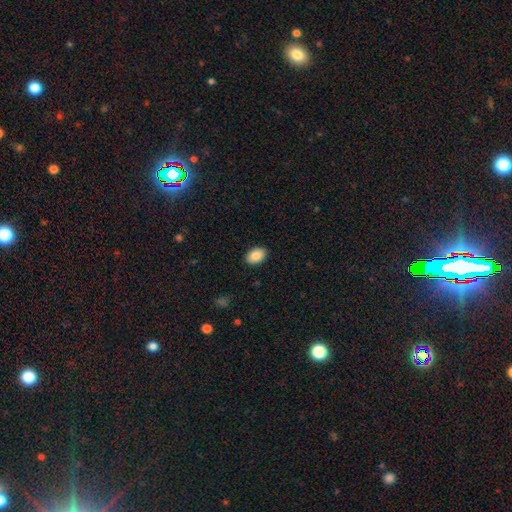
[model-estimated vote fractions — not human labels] Smooth or featured: smooth — 87% (star or artifact — 7%)
How rounded: in between — 85% (round — 14%)
Merging: none — 89% (minor disturbance — 8%)